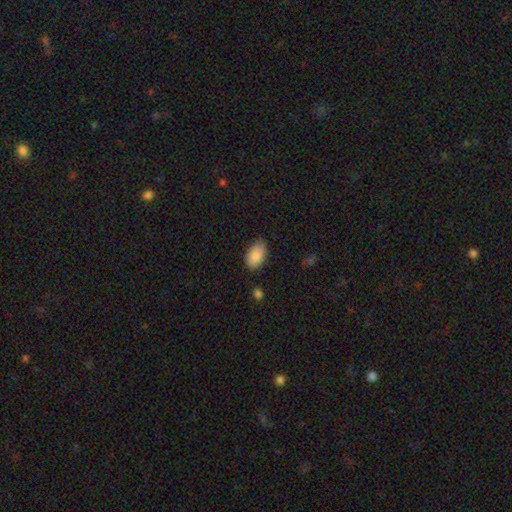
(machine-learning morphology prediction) This appears to be a smooth galaxy with no disk features (88%) that is in between round and cigar-shaped (93%). Merging: none (81%).